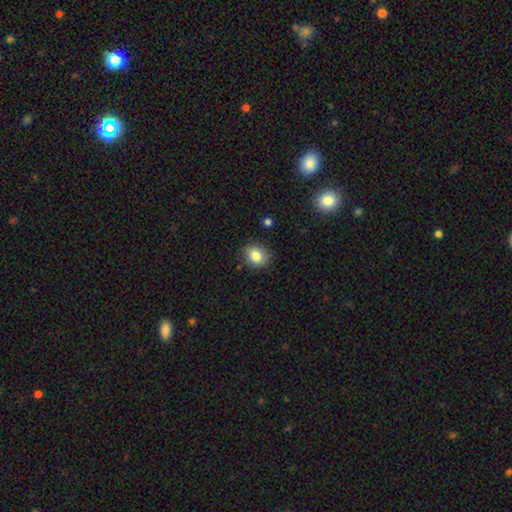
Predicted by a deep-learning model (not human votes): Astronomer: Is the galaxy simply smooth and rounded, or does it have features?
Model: smooth — 82%.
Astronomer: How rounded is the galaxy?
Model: round — 65%.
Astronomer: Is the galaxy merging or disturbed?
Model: none — 85%.